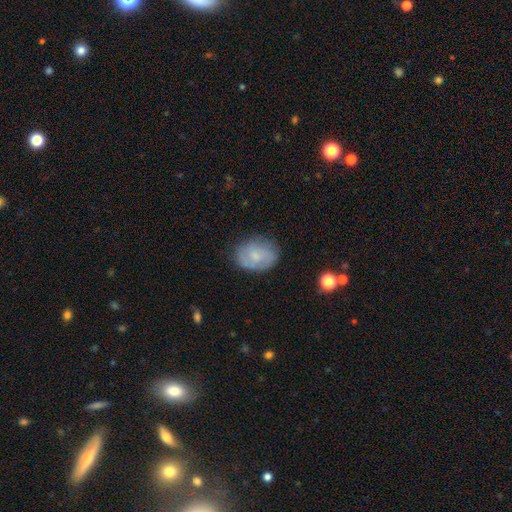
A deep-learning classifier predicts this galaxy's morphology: Smooth or featured? Predicted: smooth (p=0.64). How rounded? Predicted: in between (p=0.66). Merging? Predicted: none (p=0.76).